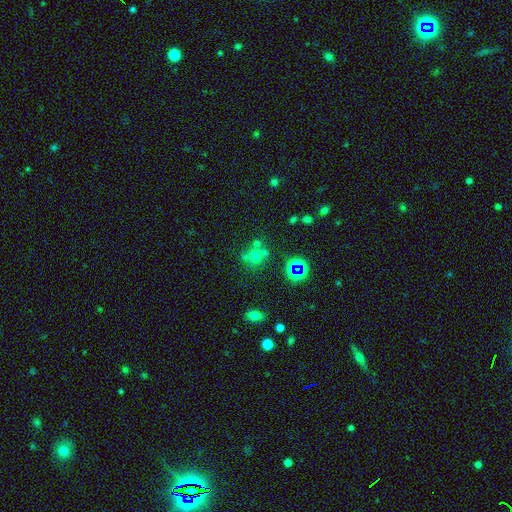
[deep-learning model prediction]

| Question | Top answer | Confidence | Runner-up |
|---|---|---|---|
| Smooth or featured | smooth | 58% | star or artifact (28%) |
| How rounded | round | 82% | in between (17%) |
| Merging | none | 56% | merger (26%) |